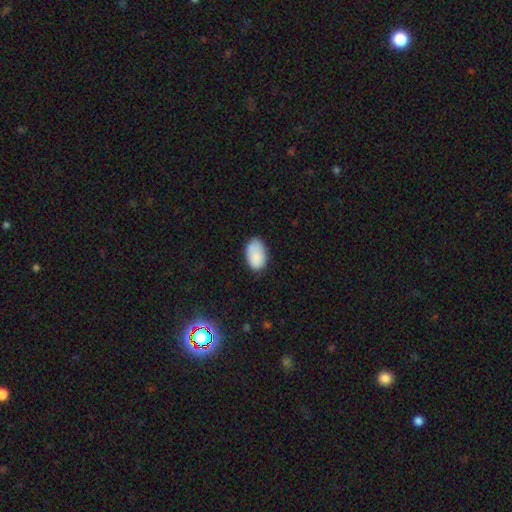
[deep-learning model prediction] smooth_or_featured: smooth (p=0.86) [alt: featured or disk p=0.07]
how_rounded: in between (p=0.92) [alt: round p=0.07]
merging: none (p=0.70) [alt: minor disturbance p=0.23]